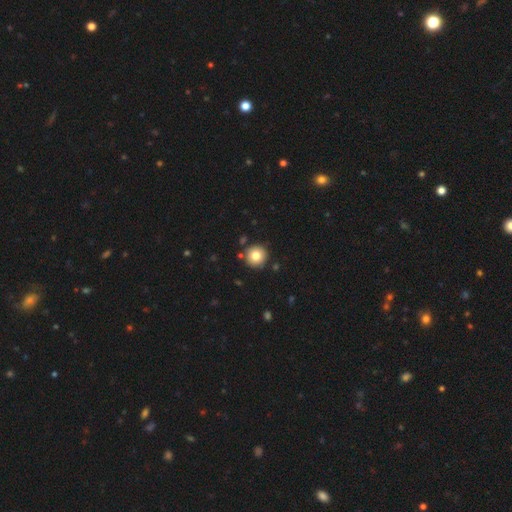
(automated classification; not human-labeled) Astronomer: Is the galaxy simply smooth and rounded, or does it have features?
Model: smooth — 80%.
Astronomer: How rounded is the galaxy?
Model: round — 95%.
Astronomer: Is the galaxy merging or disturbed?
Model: none — 87%.